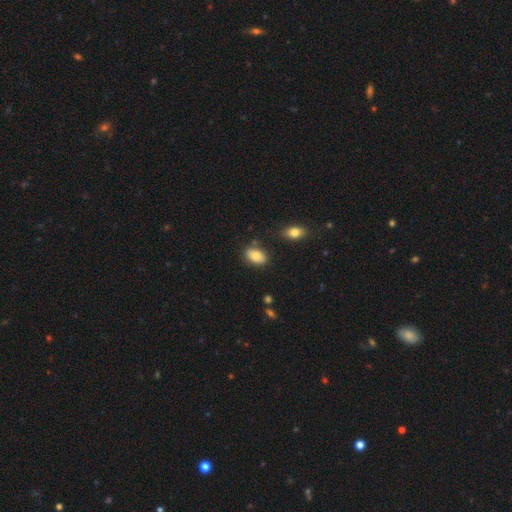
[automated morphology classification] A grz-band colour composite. It shows a smooth galaxy with no disk features (82%) that is in between round and cigar-shaped (90%). Merging: none (80%).